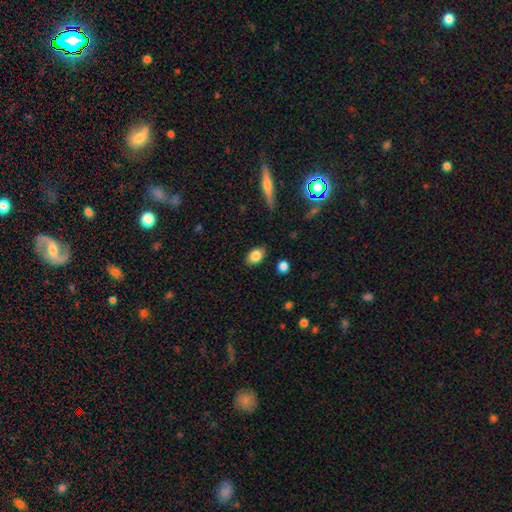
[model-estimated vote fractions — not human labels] smooth-or-featured: smooth: 83% | star or artifact: 9% | featured or disk: 8%
  how-rounded: in between: 81% | round: 17% | cigar-shaped: 2%
  merging: none: 85% | minor disturbance: 10% | major disturbance: 3% | merger: 2%